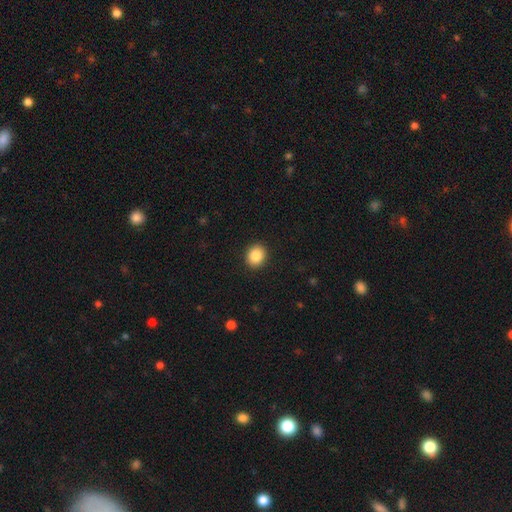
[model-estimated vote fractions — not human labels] smooth-or-featured: smooth: 87% | star or artifact: 8% | featured or disk: 4%
  how-rounded: round: 66% | in between: 33% | cigar-shaped: 1%
  merging: none: 91% | minor disturbance: 6% | major disturbance: 2% | merger: 1%